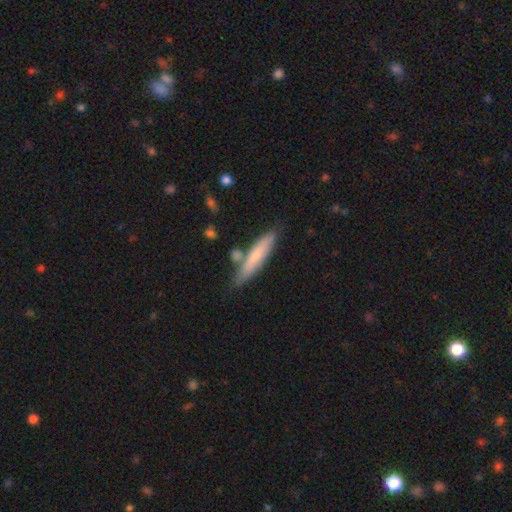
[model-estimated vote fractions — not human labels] The model was most divided on "smooth or featured": smooth: 67%, featured or disk: 27%, star or artifact: 6%. More confident: how rounded — cigar-shaped (85%); merging — none (74%).